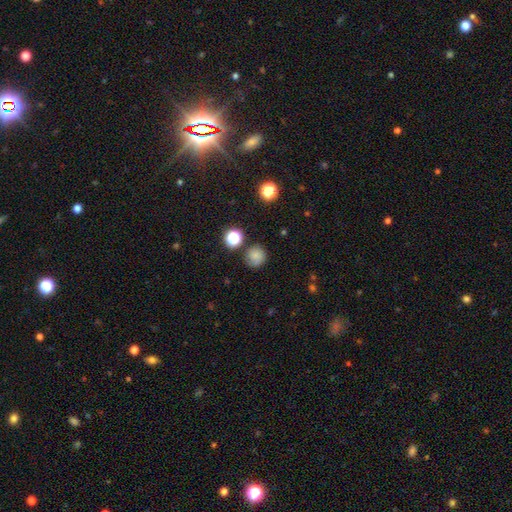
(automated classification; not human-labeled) smooth 77%, star or artifact 15%, featured or disk 8%. Down the decision tree: how rounded — round (89%); merging — none (78%).